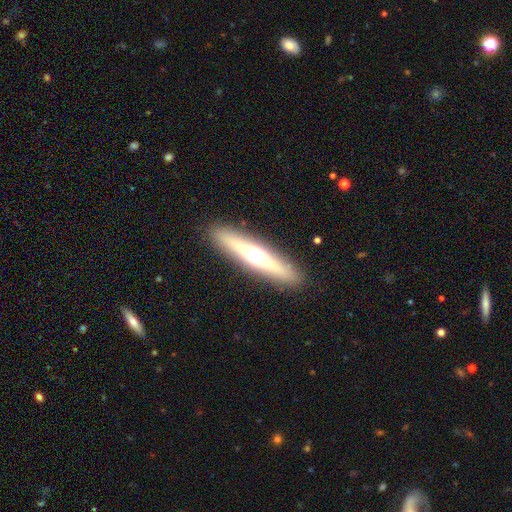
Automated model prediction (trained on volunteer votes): Smooth or featured?
  - featured or disk: 52% *
  - smooth: 40%
  - star or artifact: 7%
Edge-on disk?
  - yes: 91% *
  - no: 9%
Merging?
  - none: 89% *
  - minor disturbance: 7%
  - major disturbance: 2%
  - merger: 1%